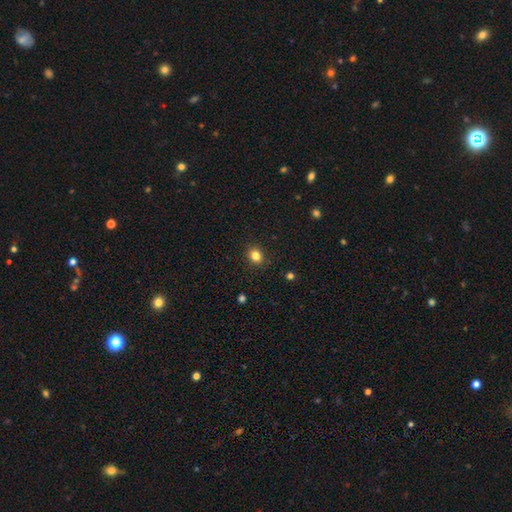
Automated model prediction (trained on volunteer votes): smooth 83%, star or artifact 12%, featured or disk 5%. Down the decision tree: how rounded — round (68%); merging — none (90%).